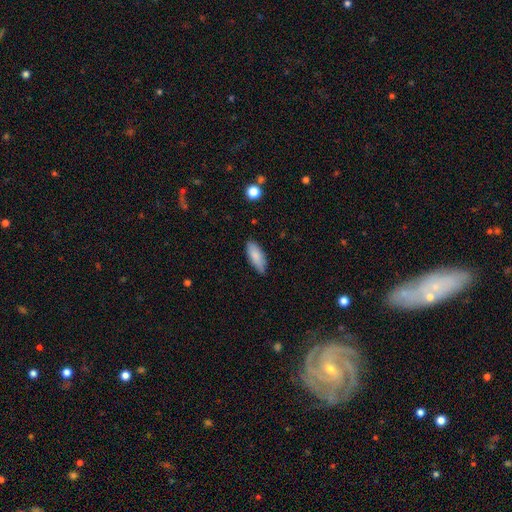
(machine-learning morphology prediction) The model was most divided on "how rounded": in between: 78%, cigar-shaped: 20%, round: 2%. More confident: smooth or featured — smooth (85%); merging — none (79%).